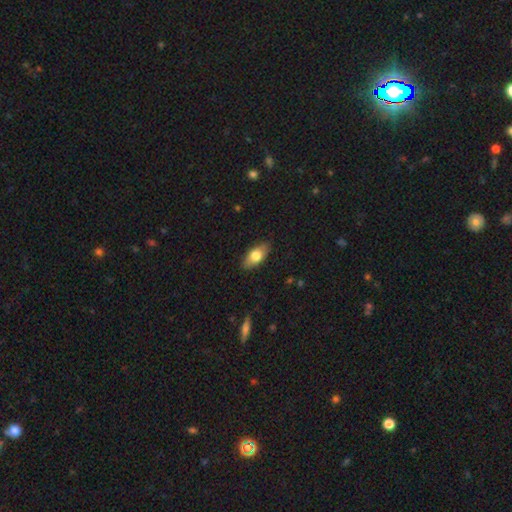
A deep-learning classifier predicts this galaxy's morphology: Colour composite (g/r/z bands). It shows a smooth galaxy with no disk features (73%) that is in between round and cigar-shaped (87%). Merging: none (87%).